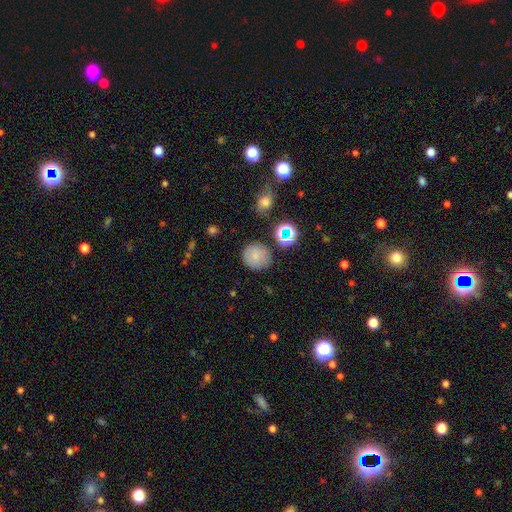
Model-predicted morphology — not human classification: A smooth galaxy with no disk features (70%) that is round (89%).

Vote fractions:
- Smooth or featured? smooth: 70% / featured or disk: 16% / star or artifact: 14%
- How rounded? round: 89% / in between: 10% / cigar-shaped: 1%
- Merging? none: 80% / minor disturbance: 12% / merger: 4% / major disturbance: 4%